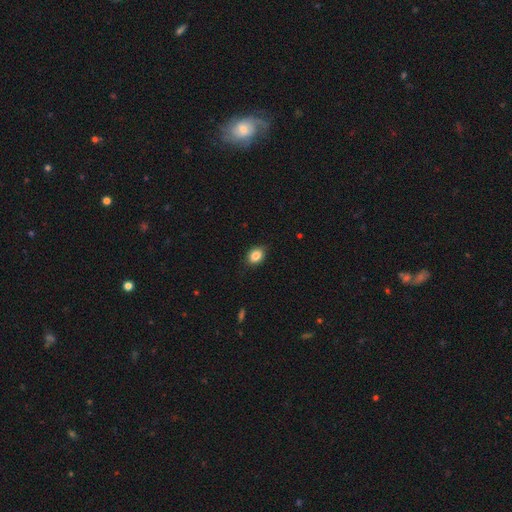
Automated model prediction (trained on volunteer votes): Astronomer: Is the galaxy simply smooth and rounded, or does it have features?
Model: smooth — 86%.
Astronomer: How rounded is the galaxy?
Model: in between — 63%.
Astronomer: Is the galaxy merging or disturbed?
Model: none — 84%.